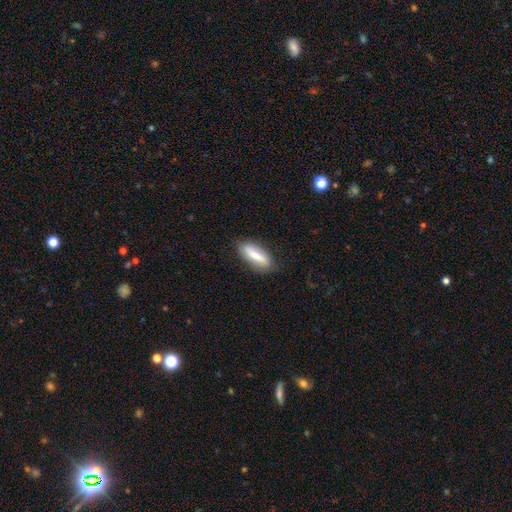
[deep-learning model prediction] Smooth or featured?
  - smooth: 60% *
  - featured or disk: 34%
  - star or artifact: 6%
How rounded?
  - in between: 61% *
  - cigar-shaped: 36%
  - round: 3%
Merging?
  - none: 83% *
  - minor disturbance: 13%
  - major disturbance: 3%
  - merger: 1%